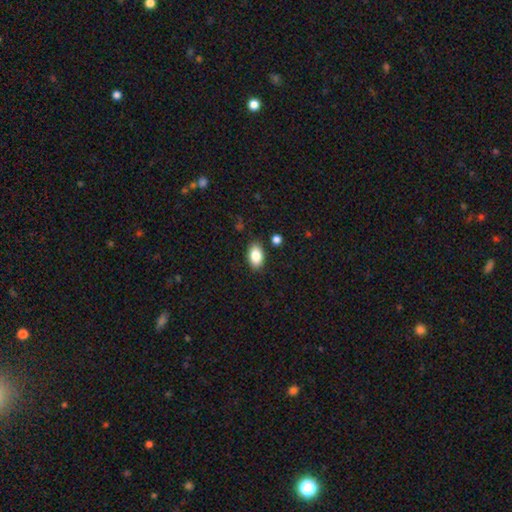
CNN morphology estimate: smooth_or_featured: smooth (p=0.85) [alt: star or artifact p=0.08]
how_rounded: in between (p=0.92) [alt: round p=0.06]
merging: none (p=0.86) [alt: minor disturbance p=0.10]